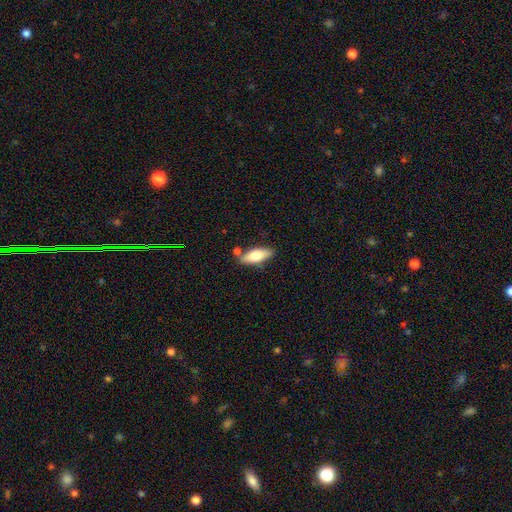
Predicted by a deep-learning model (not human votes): Overall: smooth (67%; featured or disk 27%). How rounded: in between (71%). Merging: none (76%).